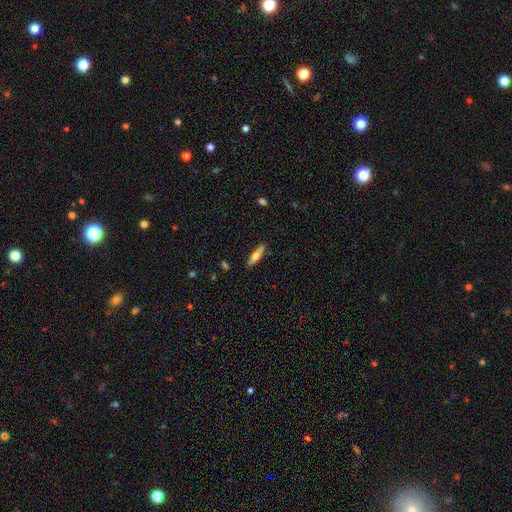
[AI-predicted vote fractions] Q: Smooth or featured?
A: smooth (59%); runner-up: featured or disk (35%)
Q: How rounded?
A: cigar-shaped (68%); runner-up: in between (30%)
Q: Merging?
A: none (84%); runner-up: minor disturbance (11%)